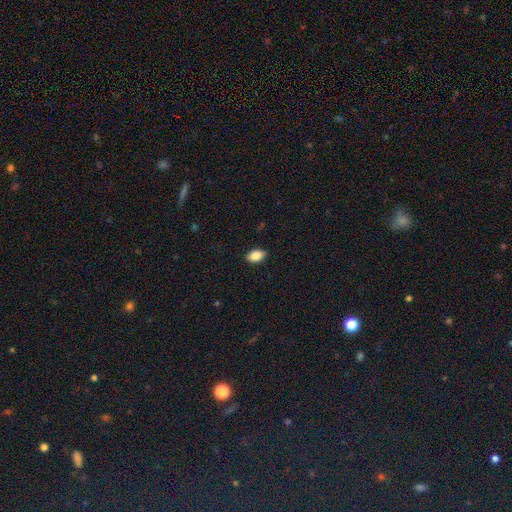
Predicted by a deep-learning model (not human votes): Smooth or featured?
  - smooth: 87% *
  - star or artifact: 8%
  - featured or disk: 6%
How rounded?
  - in between: 91% *
  - round: 7%
  - cigar-shaped: 2%
Merging?
  - none: 90% *
  - minor disturbance: 7%
  - major disturbance: 2%
  - merger: 1%